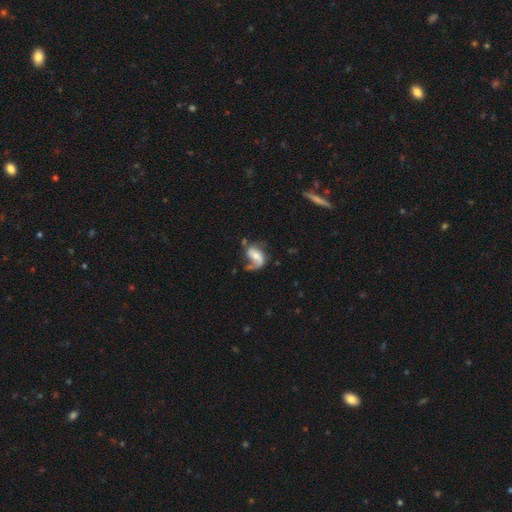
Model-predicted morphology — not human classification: A featured or disk galaxy (65%) with no bar (49%), 1 (54%) loose (53%) spiral arms (85%) and a moderate central bulge (45%).

Vote fractions:
- Smooth or featured? featured or disk: 65% / smooth: 27% / star or artifact: 7%
- Edge-on disk? no: 97% / yes: 3%
- Bar? no: 49% / weak: 35% / strong: 16%
- Spiral arms? yes: 85% / no: 15%
- Spiral winding? loose: 53% / medium: 32% / tight: 15%
- Spiral arm count? 1: 54% / 2: 38% / can't tell: 6% / 3: 1% / 4: 1% / more than 4: 1%
- Bulge size? moderate: 45% / small: 38% / large: 8% / none: 8% / dominant: 2%
- Merging? none: 35% / major disturbance: 34% / minor disturbance: 22% / merger: 9%